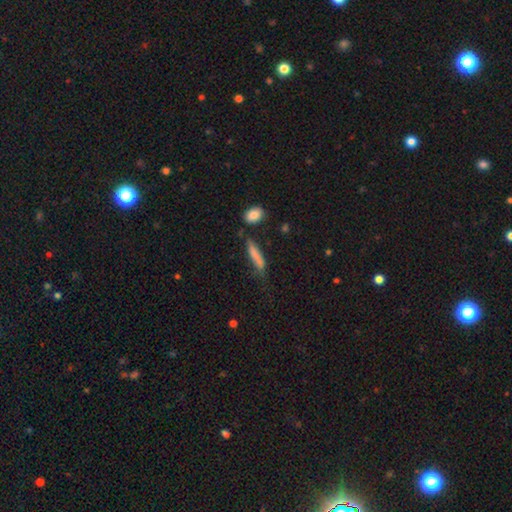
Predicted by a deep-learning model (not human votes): A smooth galaxy with no disk features (76%) that is cigar-shaped (76%).

Vote fractions:
- Smooth or featured? smooth: 76% / featured or disk: 16% / star or artifact: 8%
- How rounded? cigar-shaped: 76% / in between: 21% / round: 3%
- Merging? none: 51% / minor disturbance: 28% / major disturbance: 13% / merger: 8%